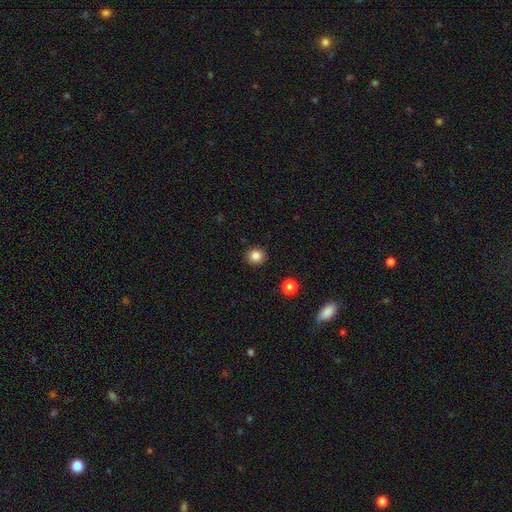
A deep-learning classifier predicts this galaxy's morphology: The model was most divided on "smooth or featured": smooth: 84%, star or artifact: 12%, featured or disk: 4%. More confident: merging — none (91%); how rounded — round (89%).